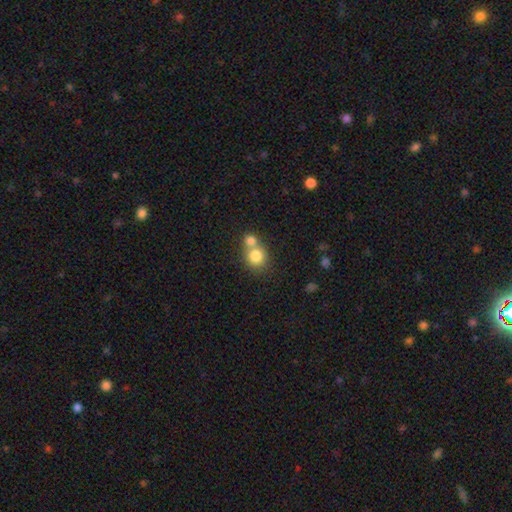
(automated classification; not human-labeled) Overall: smooth (79%). How rounded: round (82%). Merging: merger (51%; none 40%).